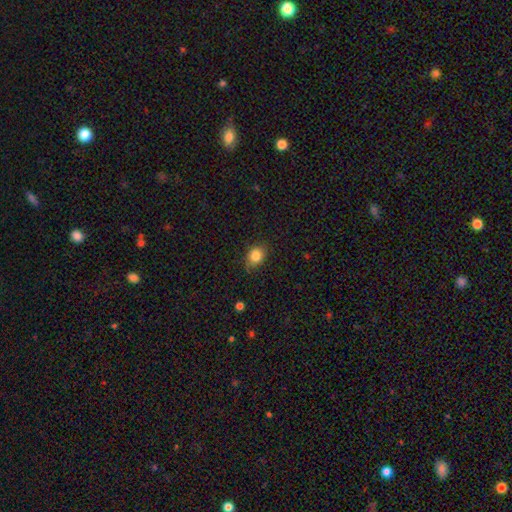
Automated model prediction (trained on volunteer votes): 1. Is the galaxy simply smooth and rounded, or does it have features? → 84% smooth, 10% star or artifact, 6% featured or disk.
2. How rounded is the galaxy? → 51% round, 48% in between, 1% cigar-shaped.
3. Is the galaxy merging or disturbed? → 74% none, 21% minor disturbance, 4% major disturbance, 1% merger.